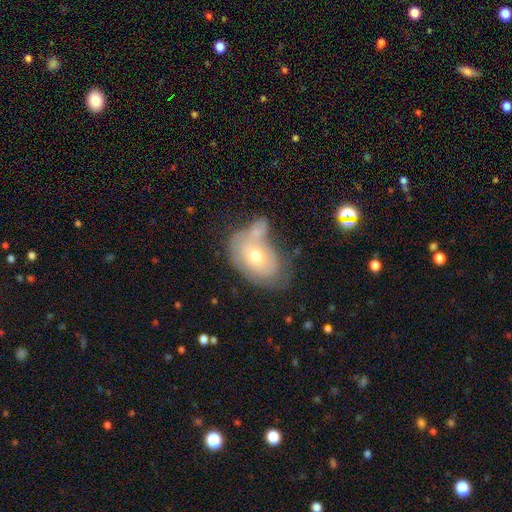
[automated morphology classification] Overall: smooth (49%; featured or disk 43%). Merging: merger (39%; none 29%).